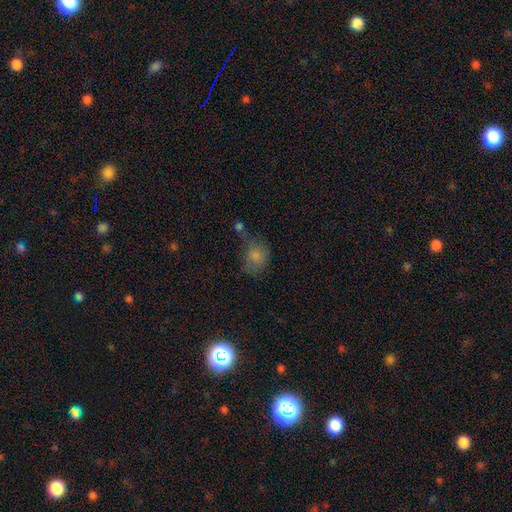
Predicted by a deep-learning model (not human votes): This appears to be a smooth galaxy with no disk features (76%) that is round (55%). Merging: none (38%).